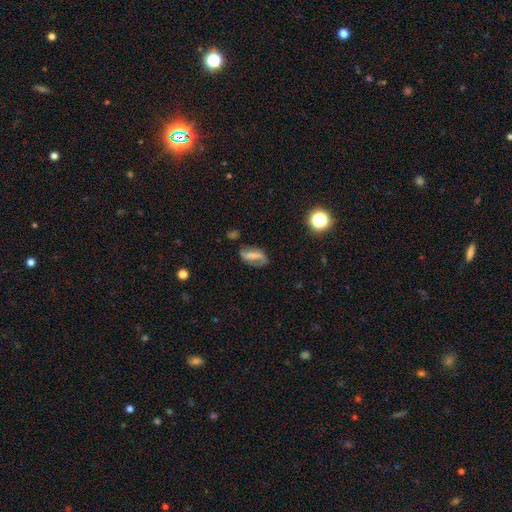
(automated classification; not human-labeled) A featured or disk galaxy (55%). Merging: none (62%).